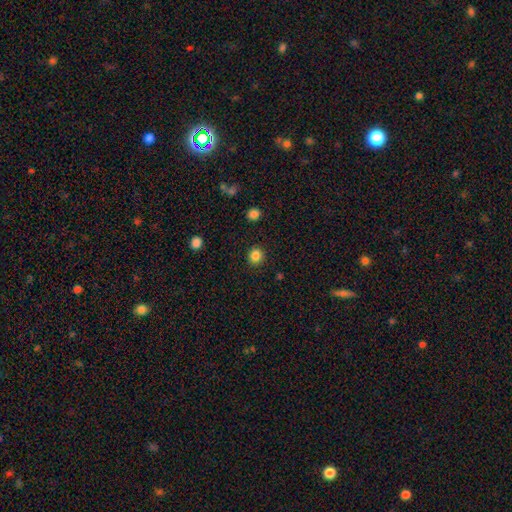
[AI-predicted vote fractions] Smooth or featured?
  - smooth: 84% *
  - star or artifact: 12%
  - featured or disk: 4%
How rounded?
  - round: 85% *
  - in between: 14%
  - cigar-shaped: 1%
Merging?
  - none: 91% *
  - minor disturbance: 6%
  - major disturbance: 2%
  - merger: 1%